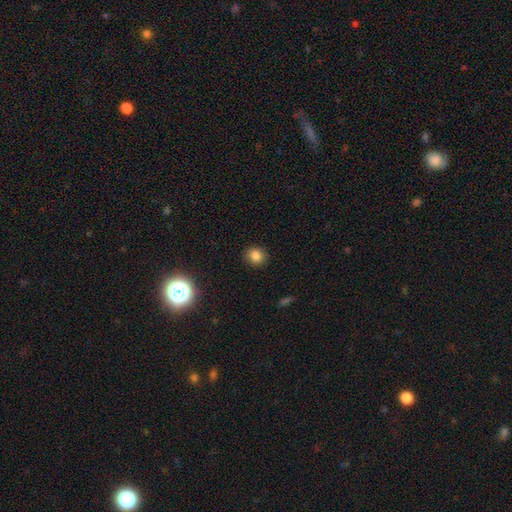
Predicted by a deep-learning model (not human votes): A smooth galaxy with no disk features (82%) that is round (82%). Merging: none (90%).